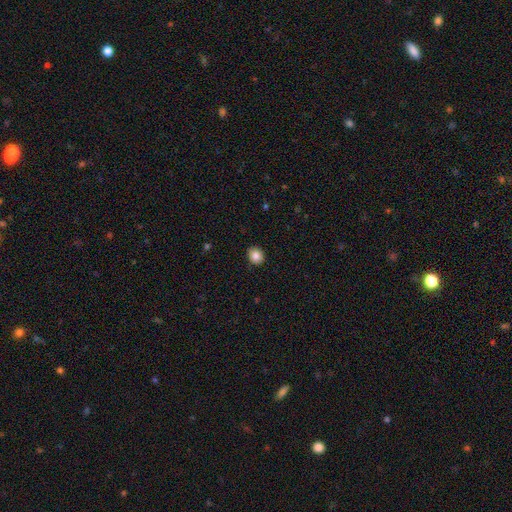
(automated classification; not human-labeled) smooth-or-featured: smooth: 84% | star or artifact: 9% | featured or disk: 7%
  how-rounded: round: 63% | in between: 36% | cigar-shaped: 1%
  merging: none: 90% | minor disturbance: 8% | major disturbance: 2% | merger: 1%